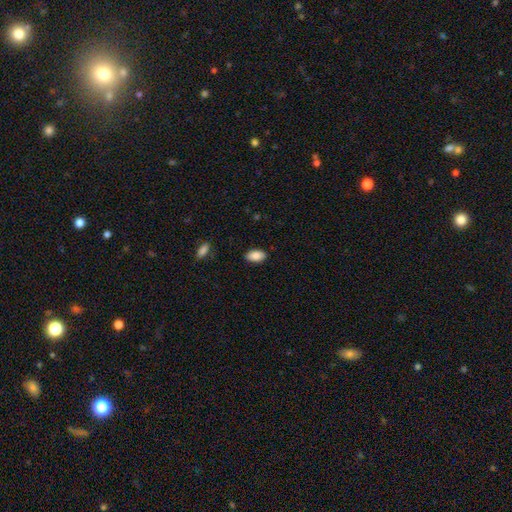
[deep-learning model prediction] Morphology: type=smooth (88%); roundness=in between (94%); merging=none (87%).